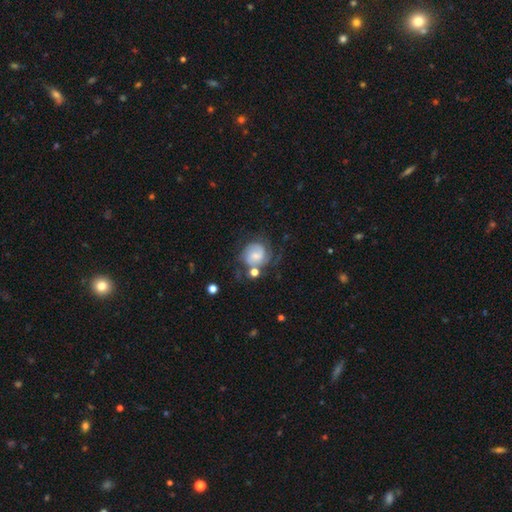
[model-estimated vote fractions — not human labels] This is likely a featured or disk galaxy (65%). It is clearly not viewed edge-on (98%). Bar: possibly no (47%). Spiral arm pattern: clearly yes (89%). Spiral arm count: possibly 2 (52%). Spiral winding: possibly tight (47%). Central bulge: marginally small (43%). Merging: possibly none (48%).